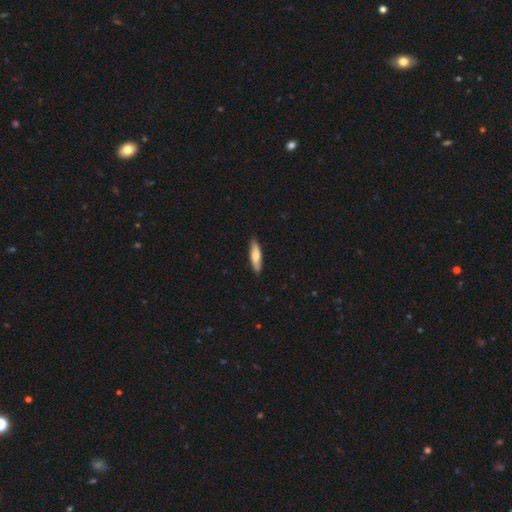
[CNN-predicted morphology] smooth-or-featured: smooth: 71% | featured or disk: 24% | star or artifact: 5%
  how-rounded: cigar-shaped: 67% | in between: 32% | round: 2%
  merging: none: 88% | minor disturbance: 10% | major disturbance: 2% | merger: 1%